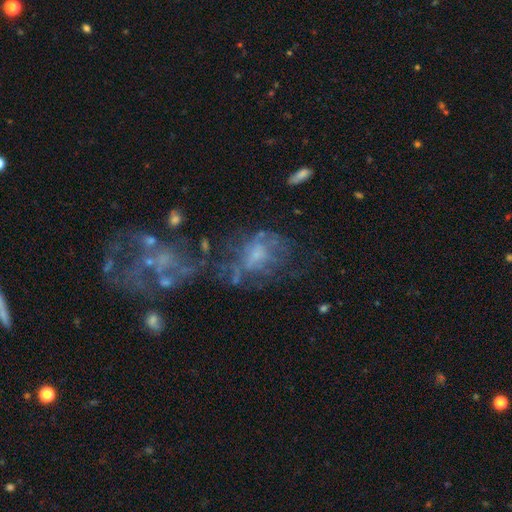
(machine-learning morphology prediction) Overall: featured or disk (58%; star or artifact 22%). Edge-on disk: no (96%). Bar: no (80%). Spiral arms: no (62%; yes 38%). Bulge size: none (40%; small 30%). Merging: major disturbance (32%; merger 29%).